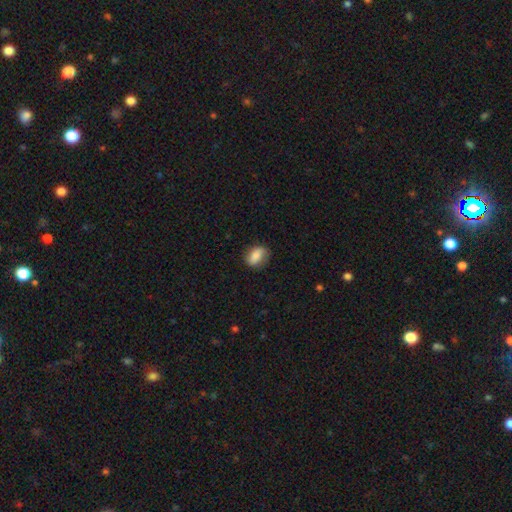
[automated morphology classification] A smooth galaxy with no disk features (79%) that is in between round and cigar-shaped (75%).

Vote fractions:
- Smooth or featured? smooth: 79% / featured or disk: 13% / star or artifact: 8%
- How rounded? in between: 75% / round: 22% / cigar-shaped: 2%
- Merging? none: 77% / minor disturbance: 17% / major disturbance: 4% / merger: 1%